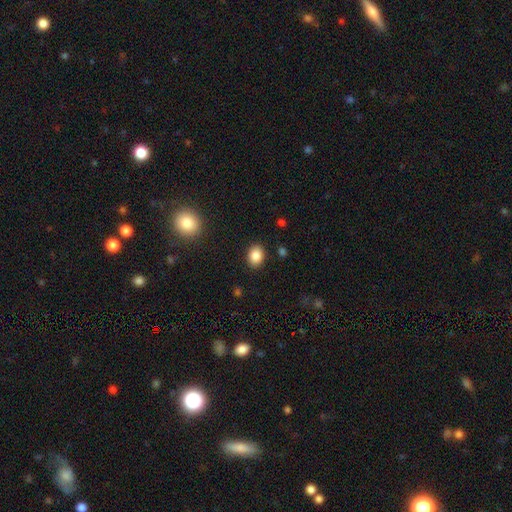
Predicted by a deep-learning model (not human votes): The model was most divided on "how rounded": in between: 57%, round: 42%, cigar-shaped: 1%. More confident: merging — none (89%); smooth or featured — smooth (86%).